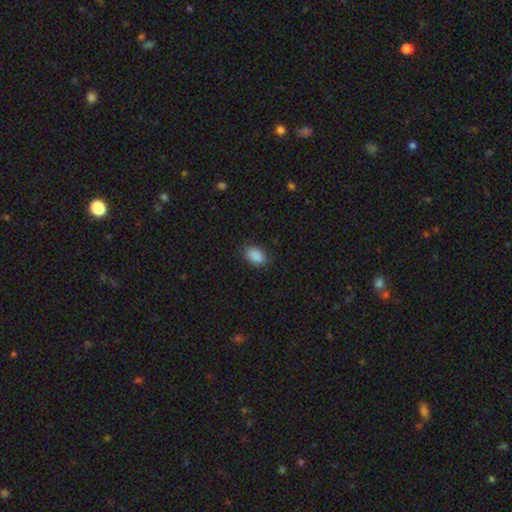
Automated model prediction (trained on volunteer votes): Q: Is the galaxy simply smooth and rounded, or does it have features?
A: smooth — 89%.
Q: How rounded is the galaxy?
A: in between — 89%.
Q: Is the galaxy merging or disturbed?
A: none — 83%.